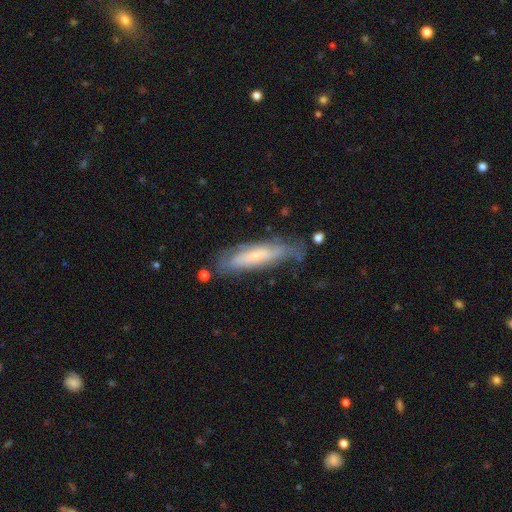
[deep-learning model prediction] Morphology: type=featured or disk (50%); merging=none (59%).